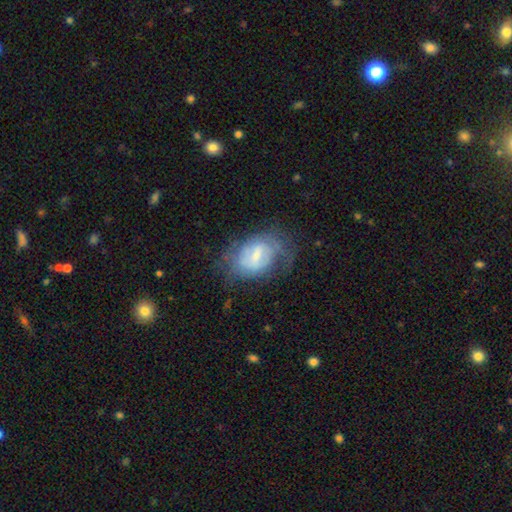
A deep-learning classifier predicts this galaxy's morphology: A featured or disk galaxy (62%) with a weak bar (56%), spiral arms (71%) and a small central bulge (51%).

Vote fractions:
- Smooth or featured? featured or disk: 62% / smooth: 30% / star or artifact: 9%
- Edge-on disk? no: 95% / yes: 5%
- Bar? weak: 56% / strong: 22% / no: 22%
- Spiral arms? yes: 71% / no: 29%
- Bulge size? small: 51% / moderate: 30% / none: 13% / large: 5% / dominant: 1%
- Merging? none: 54% / minor disturbance: 25% / major disturbance: 19% / merger: 2%